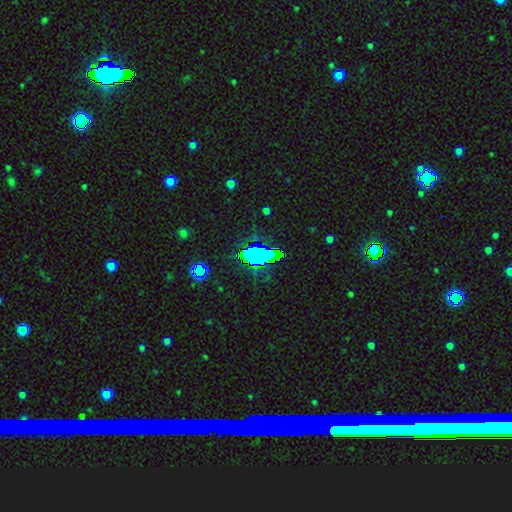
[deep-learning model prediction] Smooth or featured? star or artifact (66%)